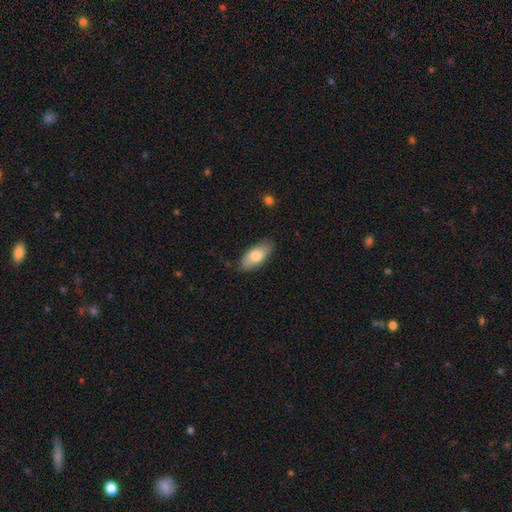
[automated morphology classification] A smooth galaxy with no disk features (78%) that is in between round and cigar-shaped (89%). Merging: none (81%).